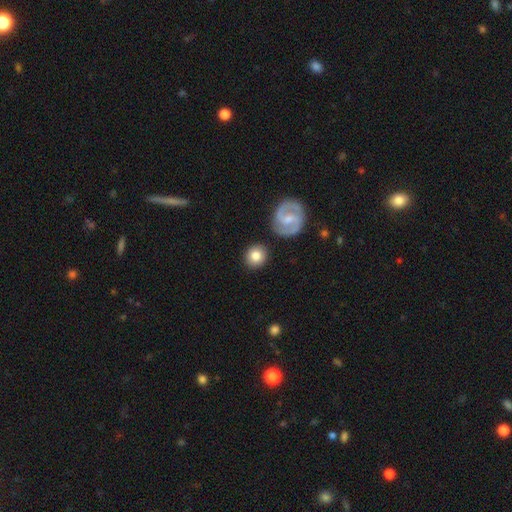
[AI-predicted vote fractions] smooth-or-featured: smooth: 76% | featured or disk: 18% | star or artifact: 6%
  how-rounded: round: 89% | in between: 9% | cigar-shaped: 1%
  merging: none: 84% | minor disturbance: 8% | merger: 5% | major disturbance: 2%